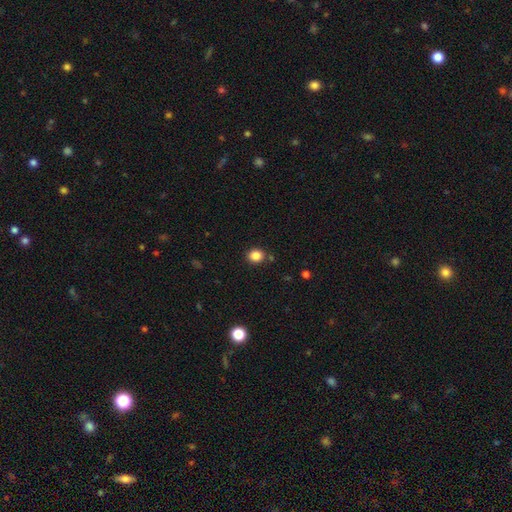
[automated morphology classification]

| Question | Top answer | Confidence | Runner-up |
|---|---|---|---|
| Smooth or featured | smooth | 85% | star or artifact (11%) |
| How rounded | round | 71% | in between (28%) |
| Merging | none | 84% | minor disturbance (9%) |